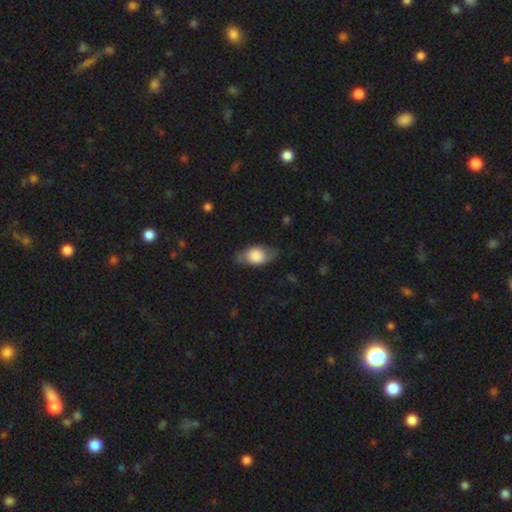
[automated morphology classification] Smooth or featured? smooth (67%)
How rounded? in between (83%)
Merging? none (70%)